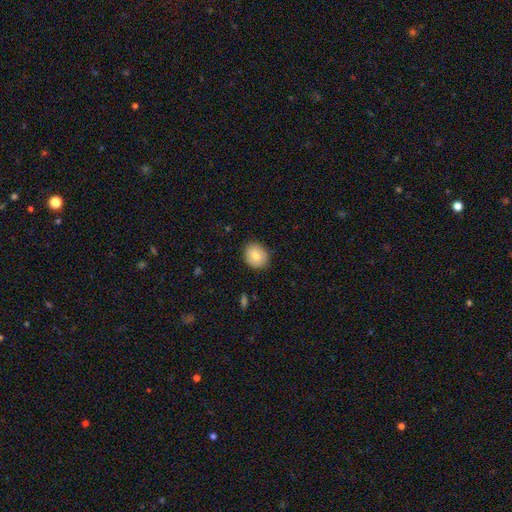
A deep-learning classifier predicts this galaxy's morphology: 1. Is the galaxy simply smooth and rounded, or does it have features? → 81% smooth, 11% featured or disk, 8% star or artifact.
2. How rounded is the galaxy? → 65% round, 34% in between, 1% cigar-shaped.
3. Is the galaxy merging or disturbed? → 86% none, 10% minor disturbance, 2% major disturbance, 1% merger.